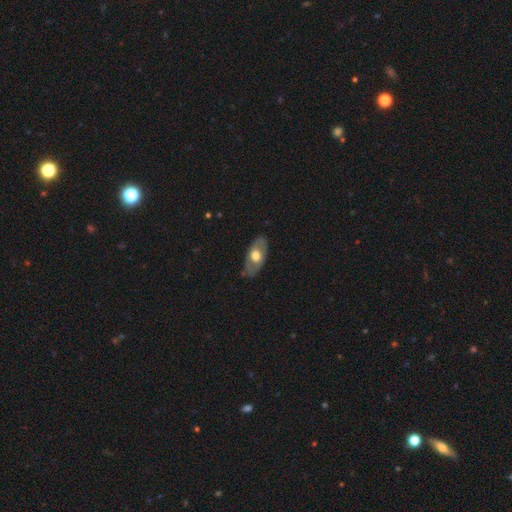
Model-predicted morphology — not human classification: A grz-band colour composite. It shows a smooth galaxy with no disk features (49%). Merging: none (79%).